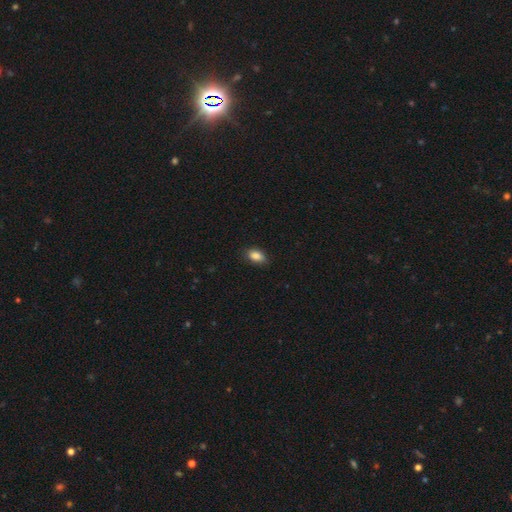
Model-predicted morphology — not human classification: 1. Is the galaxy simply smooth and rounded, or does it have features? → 87% smooth, 8% star or artifact, 5% featured or disk.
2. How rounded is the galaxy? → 90% in between, 7% round, 3% cigar-shaped.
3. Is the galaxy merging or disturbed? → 82% none, 14% minor disturbance, 2% major disturbance, 1% merger.